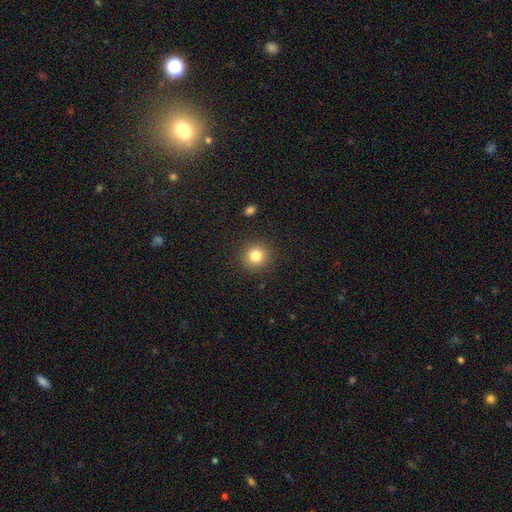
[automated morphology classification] Q: Smooth or featured?
A: smooth (82%); runner-up: star or artifact (11%)
Q: How rounded?
A: round (93%); runner-up: in between (6%)
Q: Merging?
A: none (91%); runner-up: minor disturbance (6%)